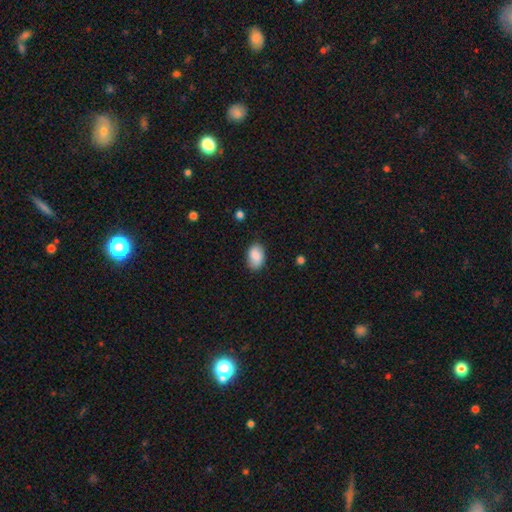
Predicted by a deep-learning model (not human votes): The model was most divided on "merging": none: 80%, minor disturbance: 16%, major disturbance: 3%, merger: 1%. More confident: how rounded — in between (89%); smooth or featured — smooth (87%).